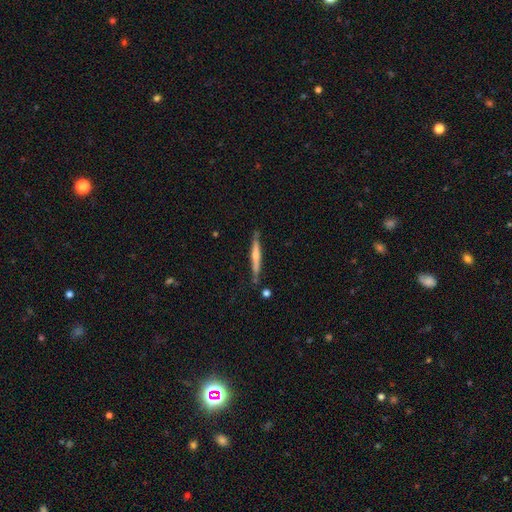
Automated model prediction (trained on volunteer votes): This appears to be a featured or disk galaxy (49%). Merging: none (78%).